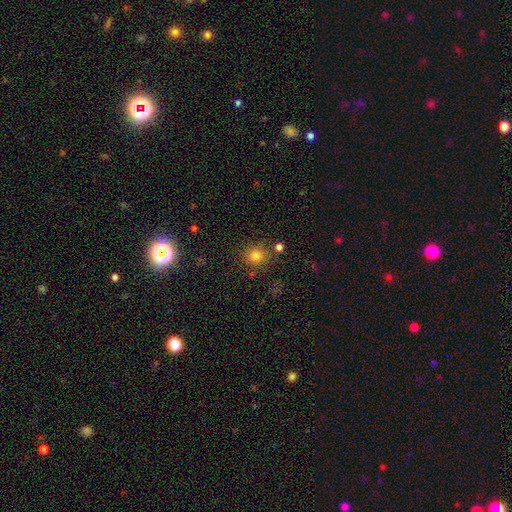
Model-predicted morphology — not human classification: smooth-or-featured: smooth: 79% | star or artifact: 15% | featured or disk: 6%
  how-rounded: round: 87% | in between: 12% | cigar-shaped: 1%
  merging: none: 80% | minor disturbance: 10% | merger: 6% | major disturbance: 4%